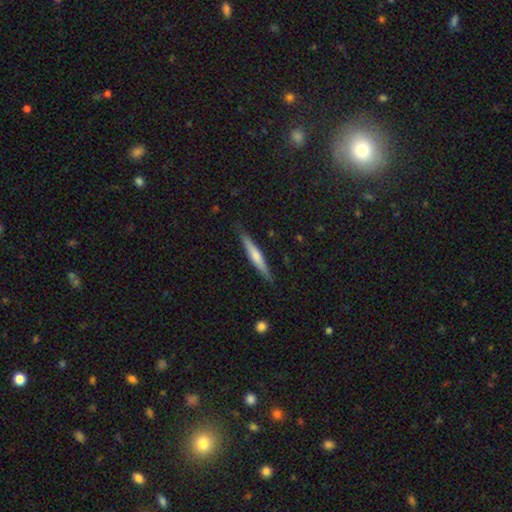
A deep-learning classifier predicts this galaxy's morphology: Smooth or featured? Predicted: smooth (p=0.51). How rounded? Predicted: cigar-shaped (p=0.93). Merging? Predicted: none (p=0.87).